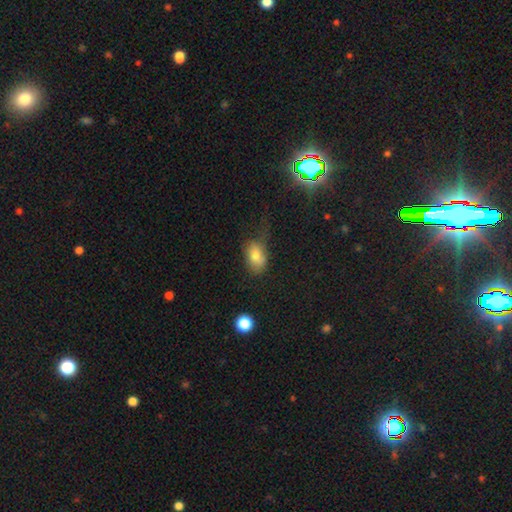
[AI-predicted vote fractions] Smooth or featured: smooth — 77% (star or artifact — 12%)
How rounded: in between — 87% (round — 11%)
Merging: none — 48% (minor disturbance — 30%)